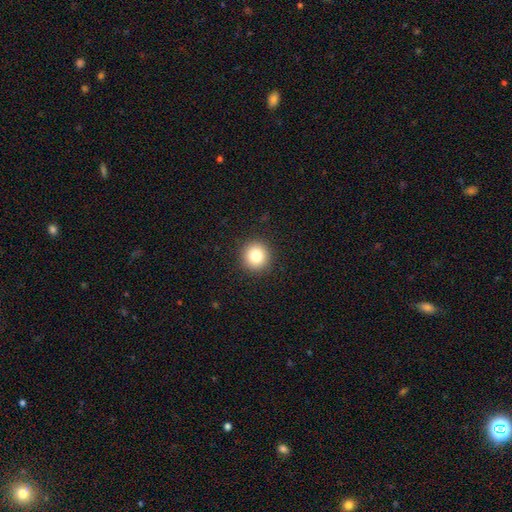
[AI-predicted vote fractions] The model was most divided on "smooth or featured": smooth: 82%, star or artifact: 11%, featured or disk: 8%. More confident: how rounded — round (94%); merging — none (92%).